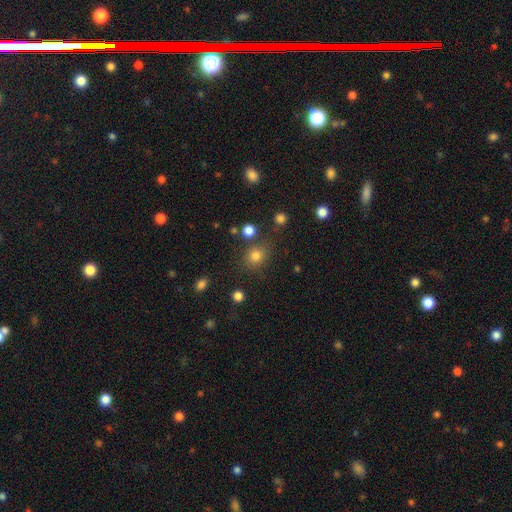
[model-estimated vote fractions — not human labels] Morphology: type=smooth (79%); roundness=round (80%); merging=none (76%).